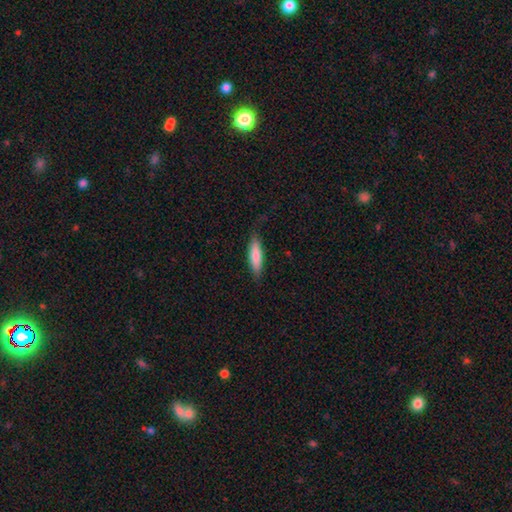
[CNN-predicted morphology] type=smooth (78%); roundness=cigar-shaped (66%); merging=none (79%).